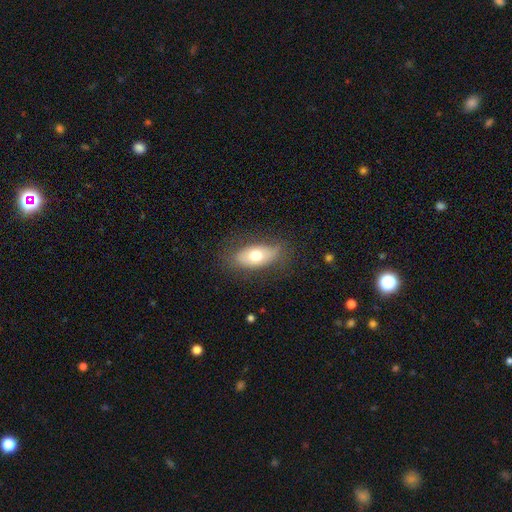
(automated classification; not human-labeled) smooth-or-featured: smooth: 67% | featured or disk: 25% | star or artifact: 7%
  how-rounded: in between: 88% | cigar-shaped: 7% | round: 5%
  merging: none: 77% | minor disturbance: 17% | major disturbance: 5% | merger: 1%